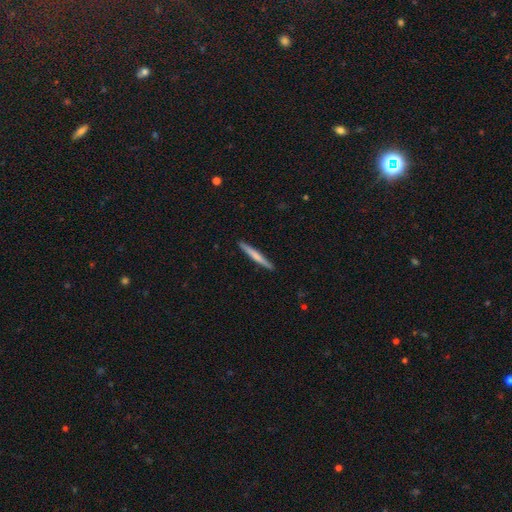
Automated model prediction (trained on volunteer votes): The model was most divided on "smooth or featured": smooth: 61%, featured or disk: 34%, star or artifact: 5%. More confident: how rounded — cigar-shaped (96%); merging — none (92%).